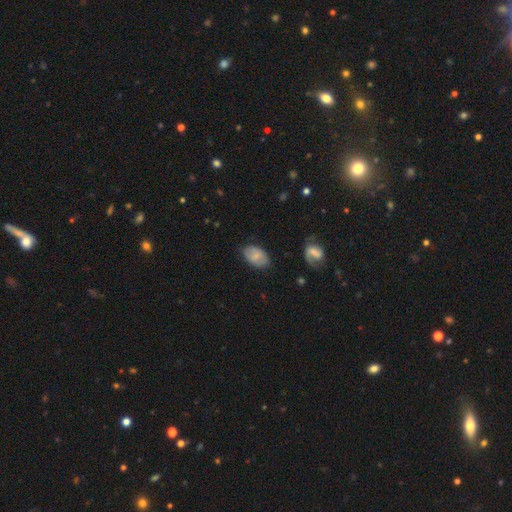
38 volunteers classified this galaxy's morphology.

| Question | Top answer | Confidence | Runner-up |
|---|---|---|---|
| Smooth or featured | smooth | 58% | featured or disk (32%) |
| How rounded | in between | 100% | — |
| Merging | none | 85% | major disturbance (9%) |